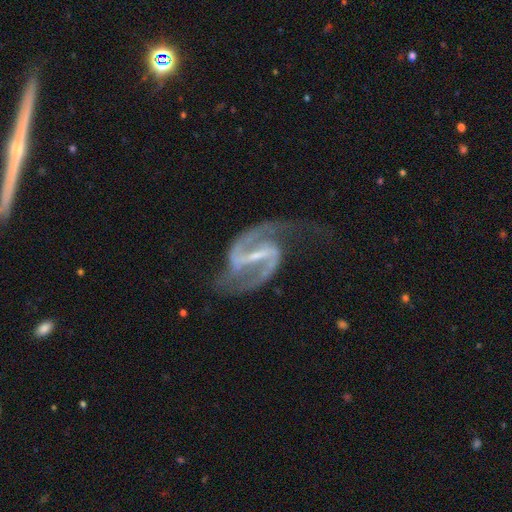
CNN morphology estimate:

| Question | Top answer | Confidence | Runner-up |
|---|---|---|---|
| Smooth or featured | featured or disk | 93% | star or artifact (5%) |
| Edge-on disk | no | 97% | yes (3%) |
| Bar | strong | 73% | weak (22%) |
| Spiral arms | yes | 98% | no (2%) |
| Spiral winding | medium | 53% | loose (34%) |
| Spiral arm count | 2 | 94% | can't tell (2%) |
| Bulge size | small | 62% | none (21%) |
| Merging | none | 68% | minor disturbance (16%) |